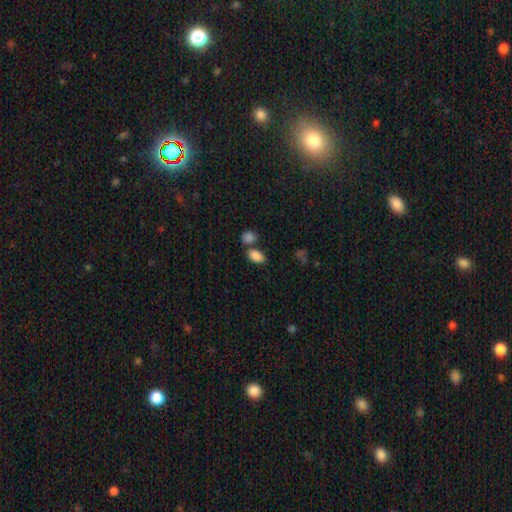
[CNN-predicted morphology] Smooth or featured? Predicted: smooth (p=0.86). How rounded? Predicted: in between (p=0.91). Merging? Predicted: none (p=0.61).